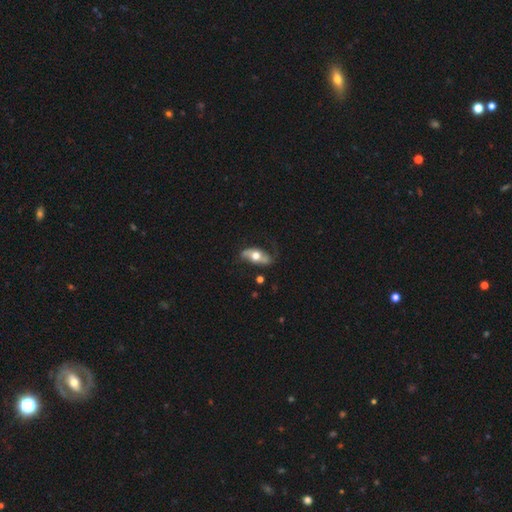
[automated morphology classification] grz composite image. It shows a featured or disk galaxy (60%). Merging: none (65%).